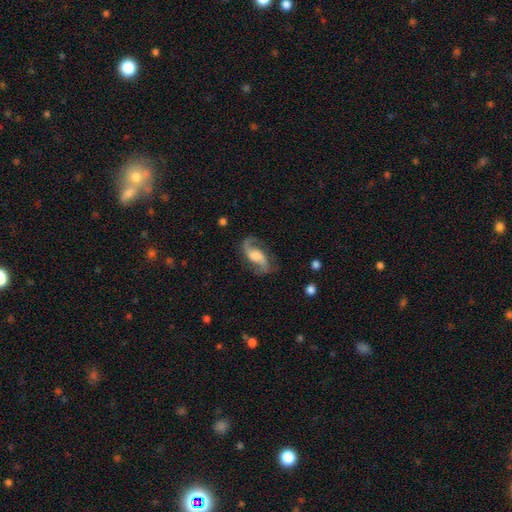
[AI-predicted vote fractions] Q: Smooth or featured?
A: featured or disk (85%); runner-up: smooth (10%)
Q: Edge-on disk?
A: no (96%); runner-up: yes (4%)
Q: Bar?
A: no (42%); runner-up: weak (41%)
Q: Spiral arms?
A: yes (96%); runner-up: no (4%)
Q: Spiral winding?
A: loose (48%); runner-up: medium (42%)
Q: Spiral arm count?
A: 2 (89%); runner-up: 1 (4%)
Q: Bulge size?
A: moderate (36%); runner-up: large (32%)
Q: Merging?
A: none (71%); runner-up: minor disturbance (17%)